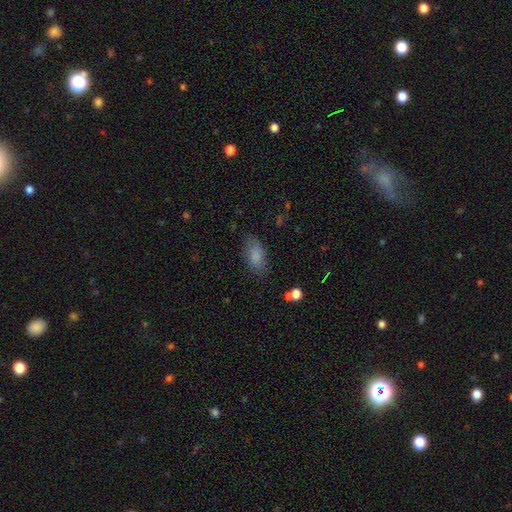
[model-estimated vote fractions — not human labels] A smooth galaxy with no disk features (84%) that is in between round and cigar-shaped (91%).

Vote fractions:
- Smooth or featured? smooth: 84% / star or artifact: 8% / featured or disk: 8%
- How rounded? in between: 91% / cigar-shaped: 5% / round: 4%
- Merging? none: 75% / minor disturbance: 18% / major disturbance: 5% / merger: 2%